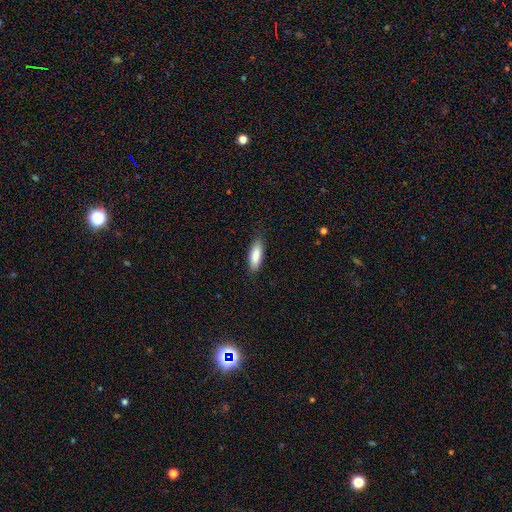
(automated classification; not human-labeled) Smooth or featured?
  - smooth: 87% *
  - featured or disk: 8%
  - star or artifact: 6%
How rounded?
  - in between: 61% *
  - cigar-shaped: 38%
  - round: 2%
Merging?
  - none: 83% *
  - minor disturbance: 14%
  - major disturbance: 3%
  - merger: 1%